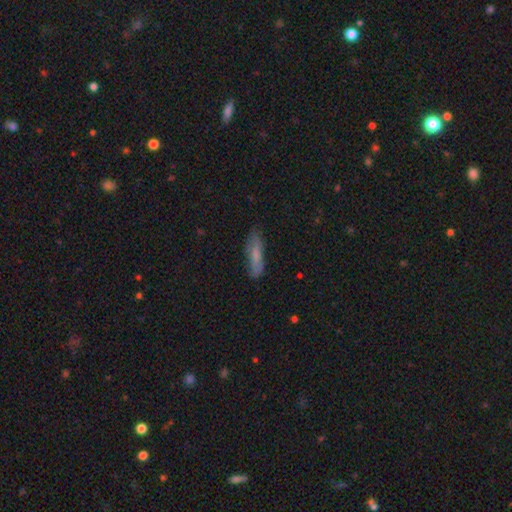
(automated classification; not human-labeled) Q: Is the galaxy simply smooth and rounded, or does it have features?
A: smooth — 65%.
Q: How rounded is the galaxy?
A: cigar-shaped — 69%.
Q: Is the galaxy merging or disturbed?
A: none — 77%.